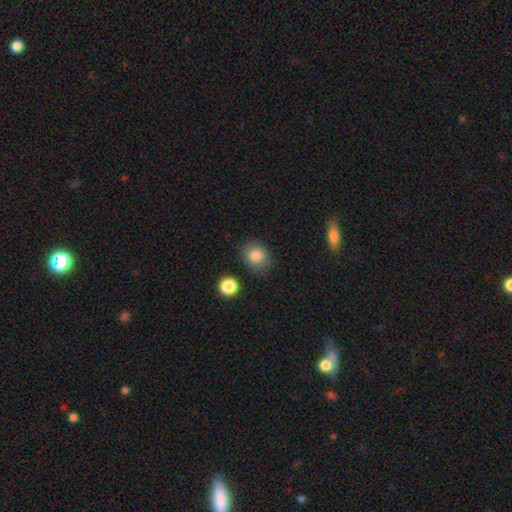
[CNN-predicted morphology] A smooth galaxy with no disk features (84%) that is round (60%).

Vote fractions:
- Smooth or featured? smooth: 84% / star or artifact: 10% / featured or disk: 6%
- How rounded? round: 60% / in between: 39% / cigar-shaped: 1%
- Merging? none: 81% / minor disturbance: 13% / major disturbance: 4% / merger: 3%